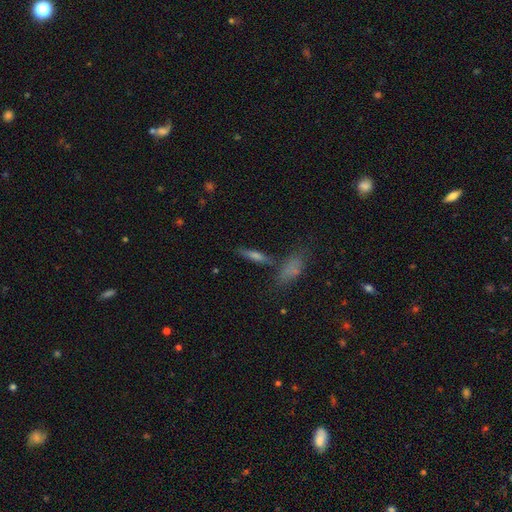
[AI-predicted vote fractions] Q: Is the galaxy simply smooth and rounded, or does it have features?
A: smooth — 54%.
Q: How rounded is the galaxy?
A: cigar-shaped — 72%.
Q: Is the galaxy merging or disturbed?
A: none — 71%.